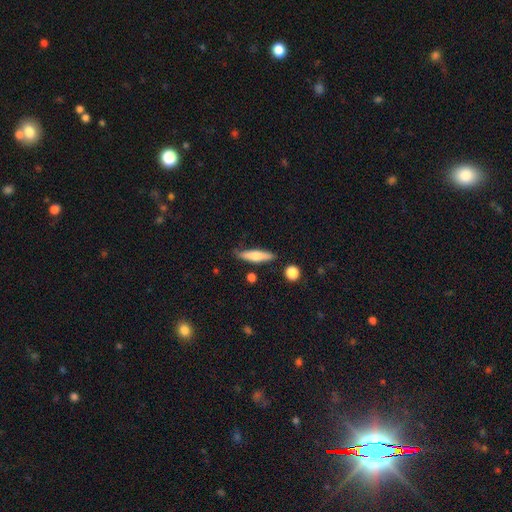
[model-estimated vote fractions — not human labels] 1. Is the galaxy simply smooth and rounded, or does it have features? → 64% smooth, 30% featured or disk, 6% star or artifact.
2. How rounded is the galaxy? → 76% cigar-shaped, 22% in between, 2% round.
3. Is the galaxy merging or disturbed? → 78% none, 15% minor disturbance, 4% merger, 3% major disturbance.